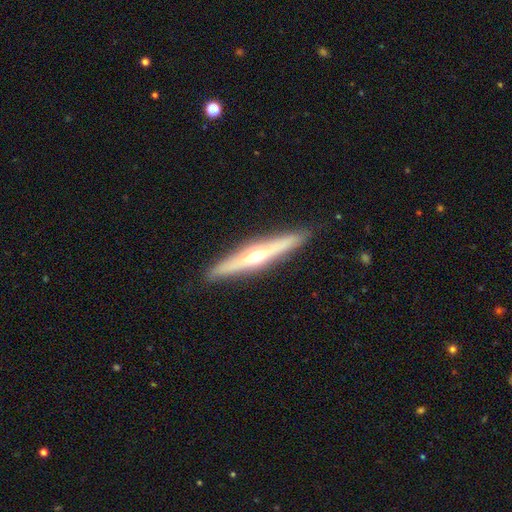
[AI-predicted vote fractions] Smooth or featured: featured or disk — 70% (smooth — 24%)
Edge-on disk: yes — 95% (no — 5%)
Edge-on bulge: rounded — 88% (none — 8%)
Merging: none — 90% (minor disturbance — 7%)